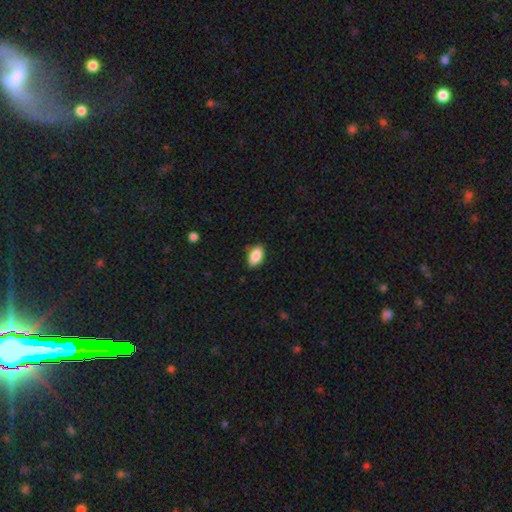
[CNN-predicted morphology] smooth 87%, star or artifact 7%, featured or disk 6%. Down the decision tree: how rounded — in between (93%); merging — none (83%).